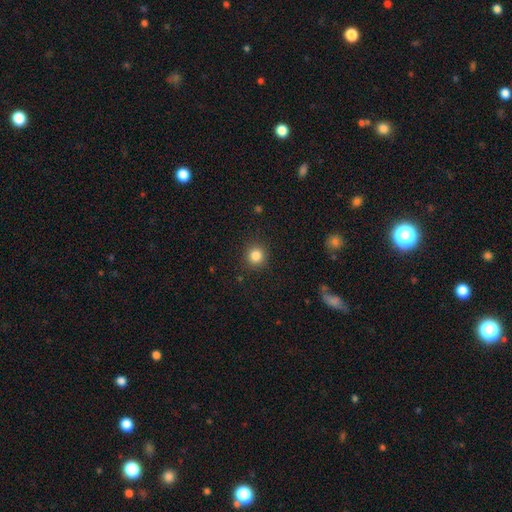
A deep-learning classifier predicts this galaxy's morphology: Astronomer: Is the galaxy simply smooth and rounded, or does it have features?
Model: smooth — 84%.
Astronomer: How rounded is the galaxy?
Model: round — 91%.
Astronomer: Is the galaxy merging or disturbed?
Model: none — 90%.